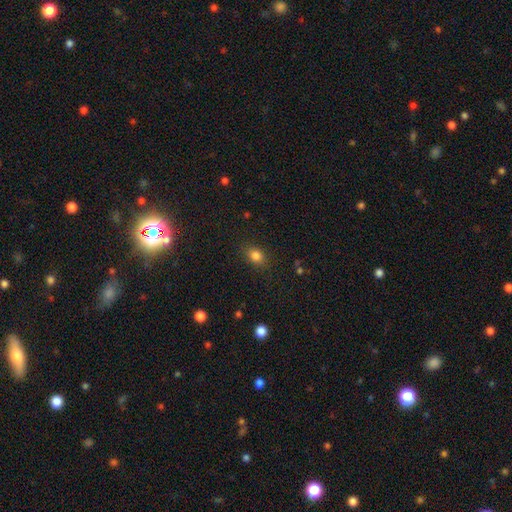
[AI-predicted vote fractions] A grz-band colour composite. It shows a smooth galaxy with no disk features (83%) that is in between round and cigar-shaped (64%). Merging: none (85%).